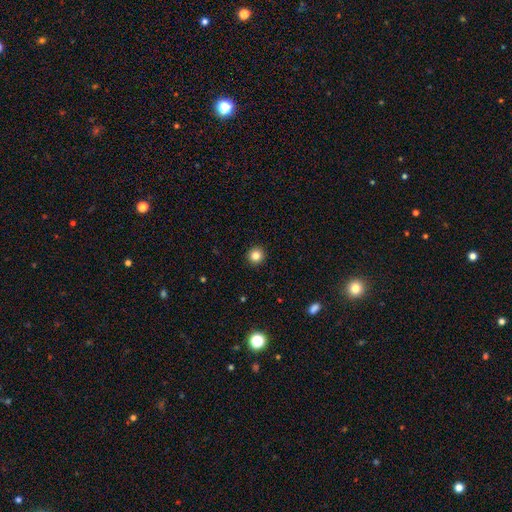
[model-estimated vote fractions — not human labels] A smooth galaxy with no disk features (83%) that is round (94%).

Vote fractions:
- Smooth or featured? smooth: 83% / star or artifact: 11% / featured or disk: 5%
- How rounded? round: 94% / in between: 5% / cigar-shaped: 1%
- Merging? none: 93% / minor disturbance: 4% / major disturbance: 1% / merger: 1%